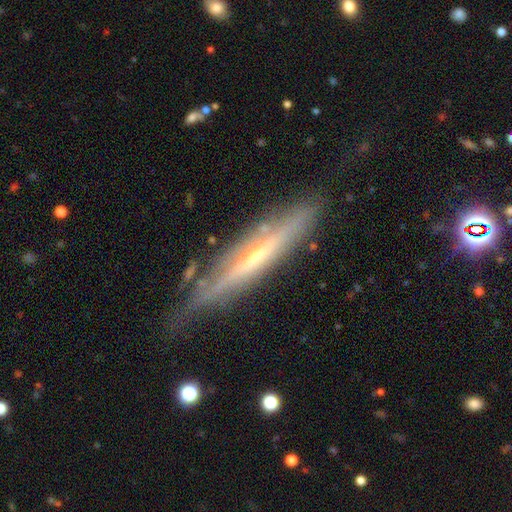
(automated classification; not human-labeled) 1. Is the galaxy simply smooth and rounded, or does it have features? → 74% featured or disk, 20% smooth, 7% star or artifact.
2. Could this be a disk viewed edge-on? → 88% yes, 12% no.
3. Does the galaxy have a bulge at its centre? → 55% rounded, 38% none, 7% boxy.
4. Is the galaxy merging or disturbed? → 72% none, 20% minor disturbance, 6% major disturbance, 2% merger.